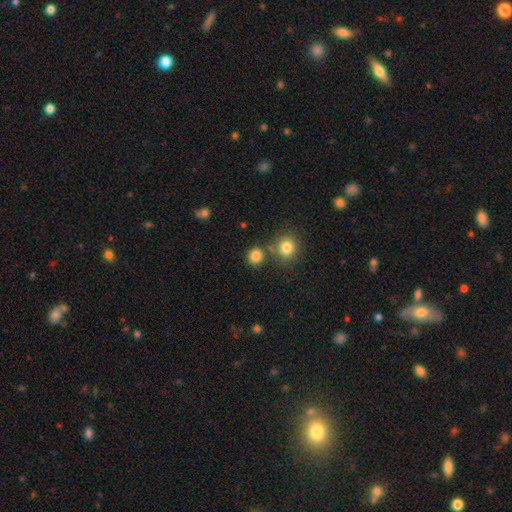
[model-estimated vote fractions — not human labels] smooth 83%, star or artifact 12%, featured or disk 5%. Down the decision tree: how rounded — round (84%); merging — none (76%).